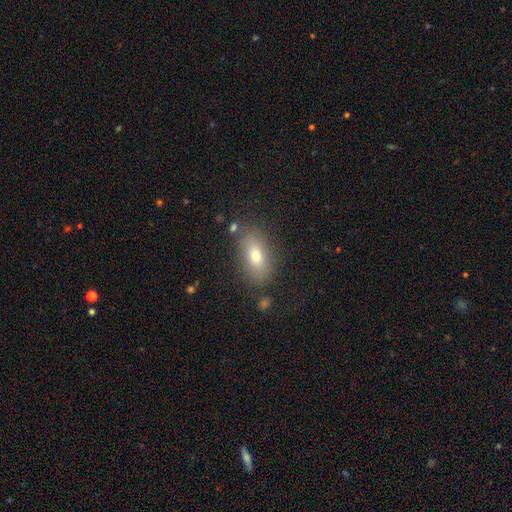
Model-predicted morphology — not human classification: Smooth or featured: smooth — 73% (featured or disk — 17%)
How rounded: in between — 85% (cigar-shaped — 9%)
Merging: none — 79% (minor disturbance — 13%)